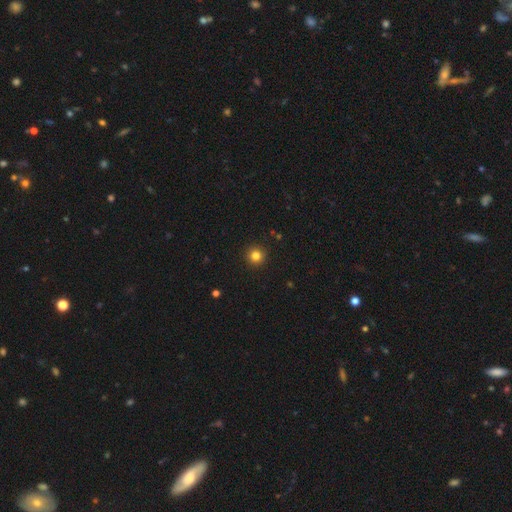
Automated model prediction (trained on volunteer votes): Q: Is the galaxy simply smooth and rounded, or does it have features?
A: smooth — 82%.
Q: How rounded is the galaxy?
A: round — 96%.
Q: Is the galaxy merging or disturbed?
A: none — 93%.